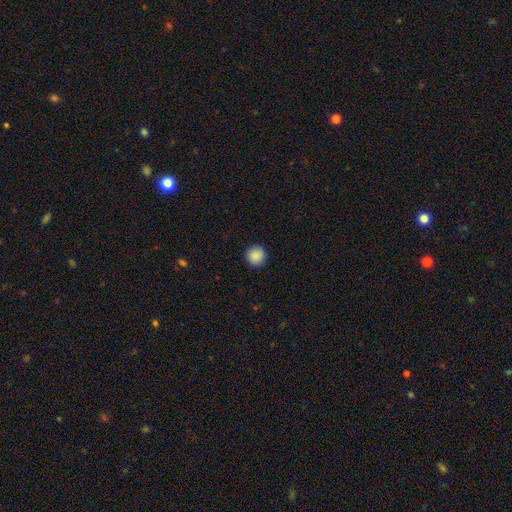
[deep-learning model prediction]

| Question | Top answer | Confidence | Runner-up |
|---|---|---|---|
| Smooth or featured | smooth | 89% | star or artifact (8%) |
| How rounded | round | 96% | in between (3%) |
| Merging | none | 93% | minor disturbance (5%) |